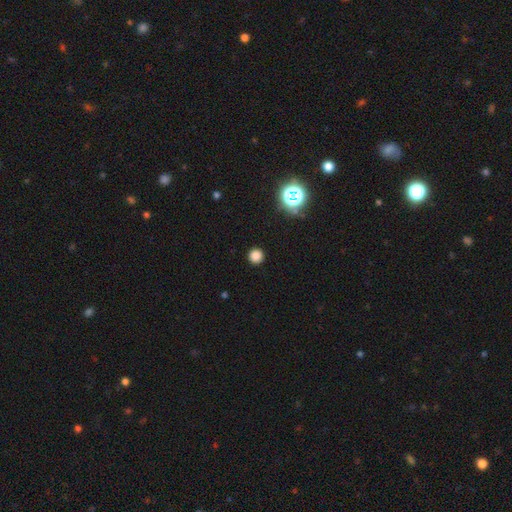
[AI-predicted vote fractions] Smooth or featured? smooth (80%)
How rounded? round (95%)
Merging? none (92%)